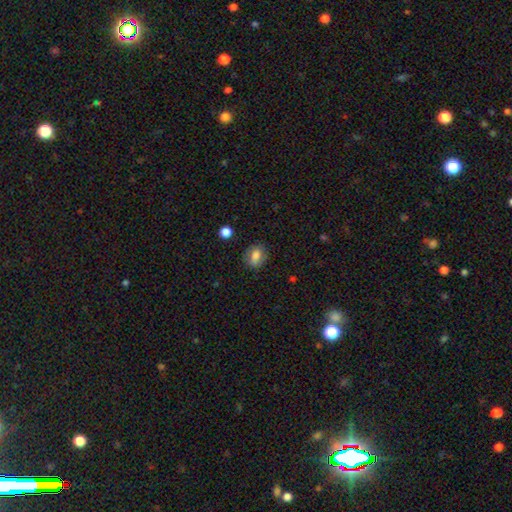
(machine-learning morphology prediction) This is likely a smooth galaxy (76%). How rounded: likely in between (65%). Merging: clearly none (80%).